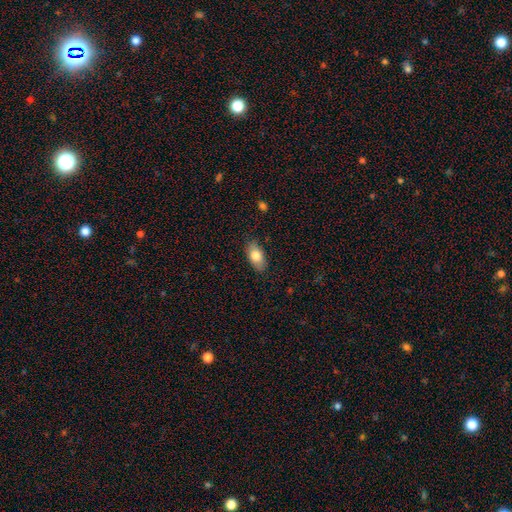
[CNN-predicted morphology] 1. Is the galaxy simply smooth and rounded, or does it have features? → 80% smooth, 13% featured or disk, 7% star or artifact.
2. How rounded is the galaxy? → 91% in between, 4% round, 4% cigar-shaped.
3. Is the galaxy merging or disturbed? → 84% none, 12% minor disturbance, 3% major disturbance, 1% merger.